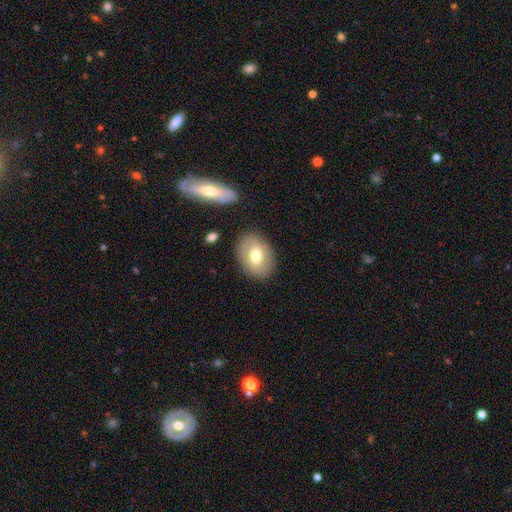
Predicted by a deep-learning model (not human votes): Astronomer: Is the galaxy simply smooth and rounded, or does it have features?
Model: smooth — 60%.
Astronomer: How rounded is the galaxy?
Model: in between — 75%.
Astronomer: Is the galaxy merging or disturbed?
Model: none — 83%.